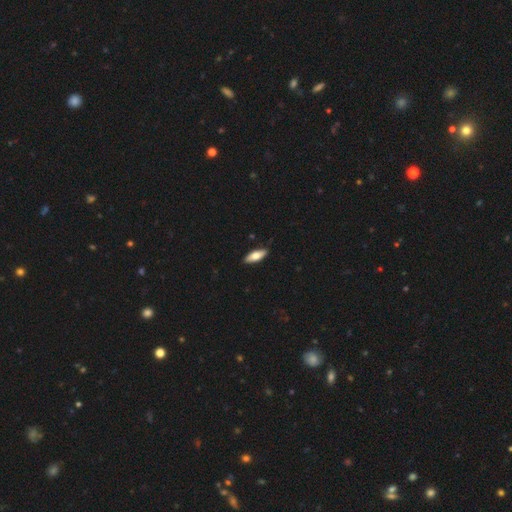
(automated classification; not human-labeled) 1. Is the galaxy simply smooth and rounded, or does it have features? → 69% smooth, 26% featured or disk, 5% star or artifact.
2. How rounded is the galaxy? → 68% in between, 30% cigar-shaped, 2% round.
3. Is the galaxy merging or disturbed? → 88% none, 10% minor disturbance, 2% major disturbance, 1% merger.